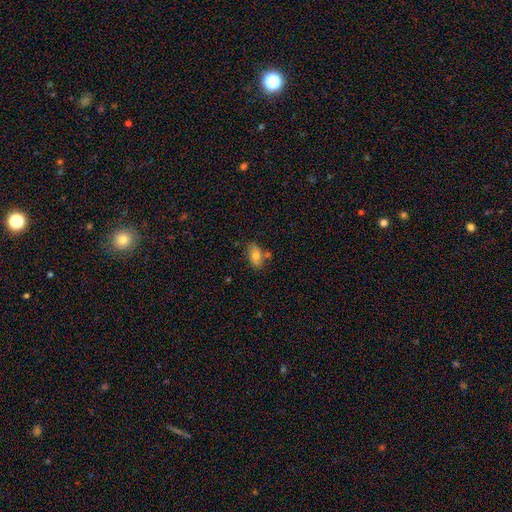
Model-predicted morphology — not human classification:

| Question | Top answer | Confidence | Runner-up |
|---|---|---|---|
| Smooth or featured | smooth | 73% | featured or disk (19%) |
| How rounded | in between | 90% | round (7%) |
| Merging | none | 66% | minor disturbance (18%) |